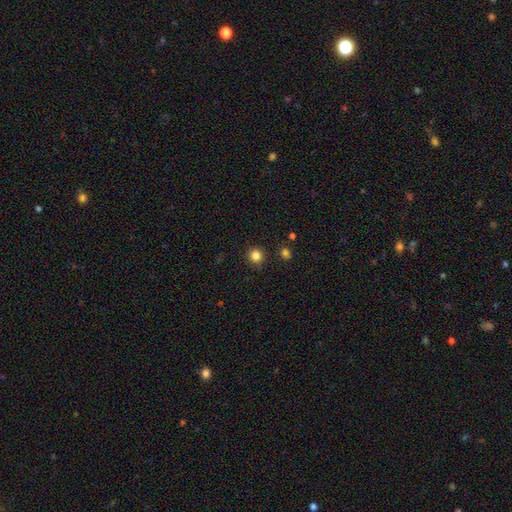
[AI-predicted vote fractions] This appears to be a smooth galaxy with no disk features (83%) that is round (92%). Merging: none (89%).